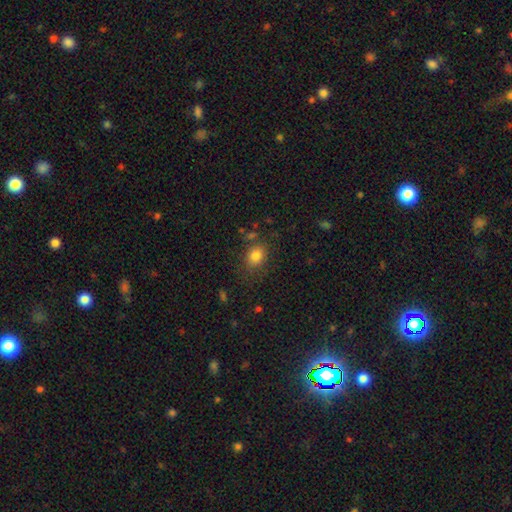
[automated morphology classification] This is clearly a smooth galaxy (82%). How rounded: possibly in between (52%). Merging: likely none (74%).